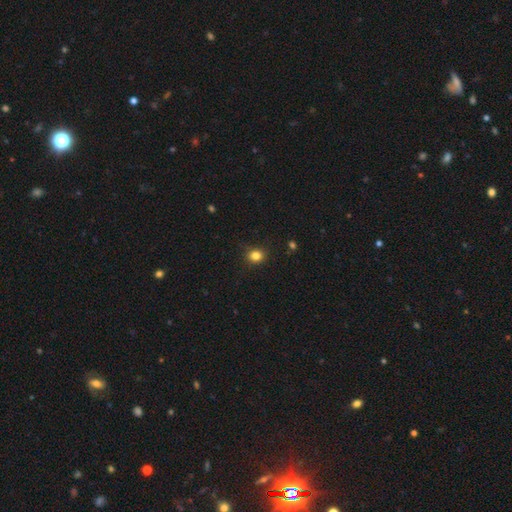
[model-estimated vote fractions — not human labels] A smooth galaxy with no disk features (83%) that is round (73%). Merging: none (86%).